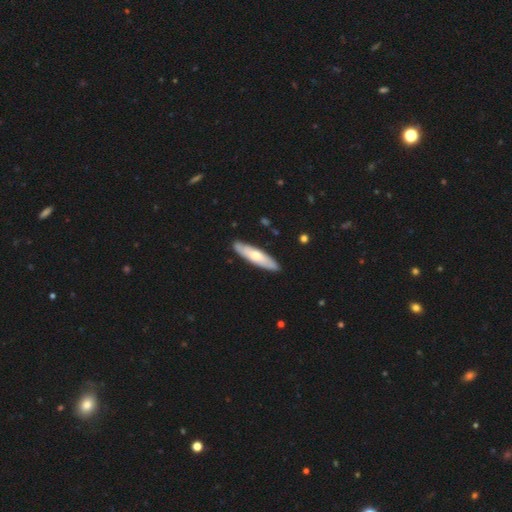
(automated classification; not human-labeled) Smooth or featured?
  - smooth: 56% *
  - featured or disk: 39%
  - star or artifact: 5%
How rounded?
  - cigar-shaped: 73% *
  - in between: 26%
  - round: 1%
Merging?
  - none: 88% *
  - minor disturbance: 9%
  - major disturbance: 2%
  - merger: 1%